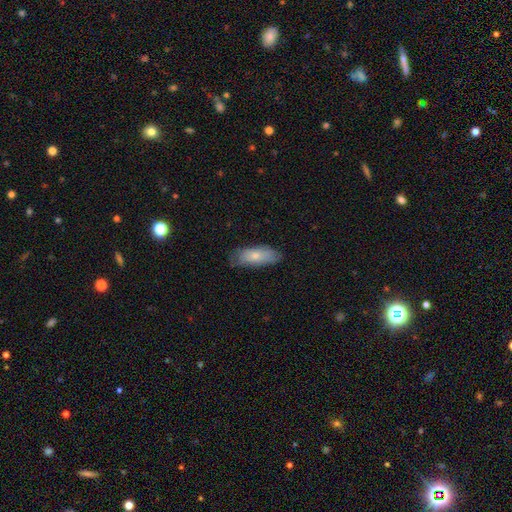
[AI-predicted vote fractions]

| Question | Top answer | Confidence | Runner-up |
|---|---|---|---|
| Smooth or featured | smooth | 73% | featured or disk (21%) |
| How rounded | in between | 76% | cigar-shaped (22%) |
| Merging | none | 67% | minor disturbance (26%) |